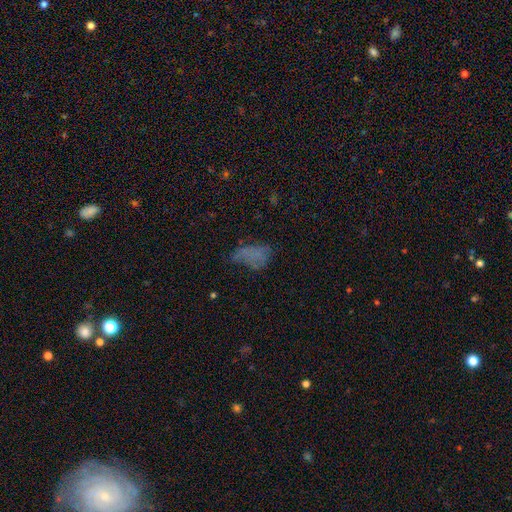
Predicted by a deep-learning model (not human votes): This appears to be a smooth galaxy with no disk features (54%) that is in between round and cigar-shaped (88%). Merging: none (33%, tied with major disturbance).